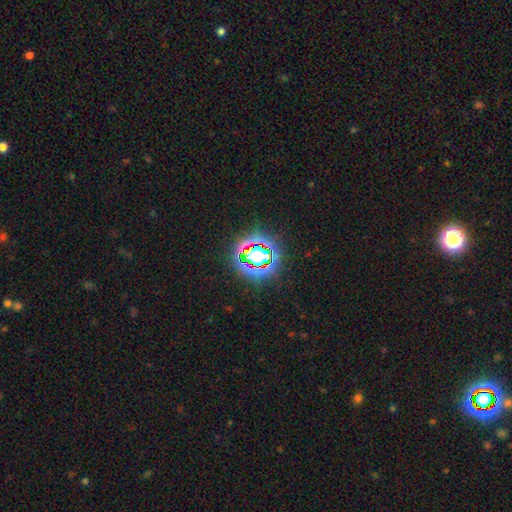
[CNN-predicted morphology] This appears to be a star or artifact, not a galaxy (65%).